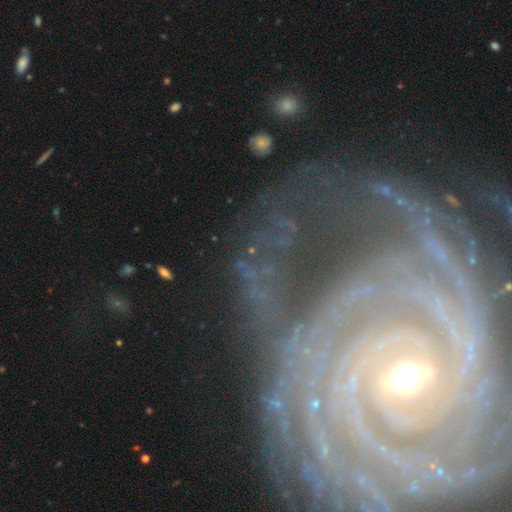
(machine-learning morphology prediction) A featured or disk galaxy (89%) with no bar (49%), tight (83%) spiral arms (97%) and a moderate central bulge (51%).

Vote fractions:
- Smooth or featured? featured or disk: 89% / star or artifact: 7% / smooth: 4%
- Edge-on disk? no: 97% / yes: 3%
- Bar? no: 49% / strong: 26% / weak: 26%
- Spiral arms? yes: 97% / no: 3%
- Spiral winding? tight: 83% / medium: 14% / loose: 3%
- Spiral arm count? can't tell: 22% / more than 4: 21% / 4: 17% / 2: 16% / 3: 15% / 1: 10%
- Bulge size? moderate: 51% / small: 43% / large: 4% / dominant: 1% / none: 1%
- Merging? none: 71% / minor disturbance: 16% / major disturbance: 11% / merger: 2%